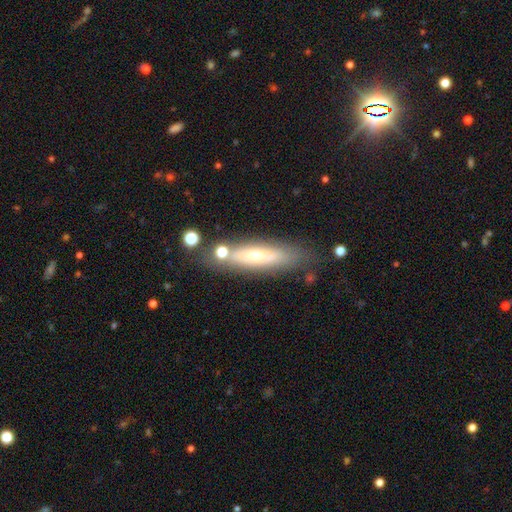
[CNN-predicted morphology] Smooth or featured: smooth — 50% (featured or disk — 41%)
Merging: none — 73% (minor disturbance — 14%)